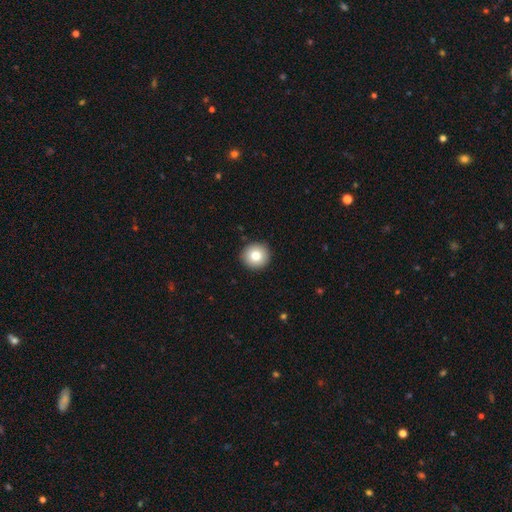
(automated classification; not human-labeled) smooth_or_featured: smooth (p=0.79) [alt: featured or disk p=0.11]
how_rounded: round (p=0.95) [alt: in between p=0.04]
merging: none (p=0.92) [alt: minor disturbance p=0.05]